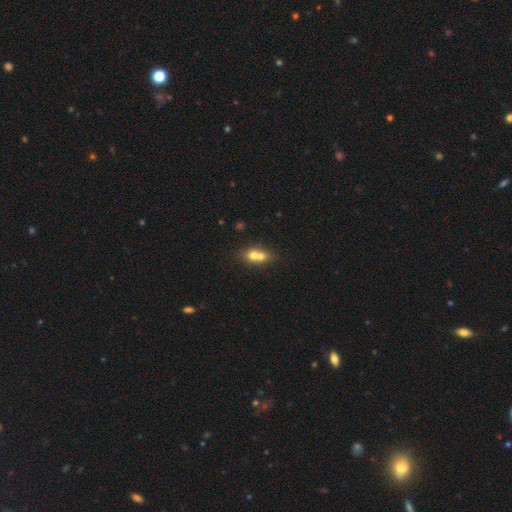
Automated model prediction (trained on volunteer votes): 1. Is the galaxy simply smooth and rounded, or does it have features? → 66% smooth, 24% featured or disk, 11% star or artifact.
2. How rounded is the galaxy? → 54% round, 43% in between, 3% cigar-shaped.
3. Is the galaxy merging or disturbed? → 66% merger, 25% none, 6% minor disturbance, 3% major disturbance.